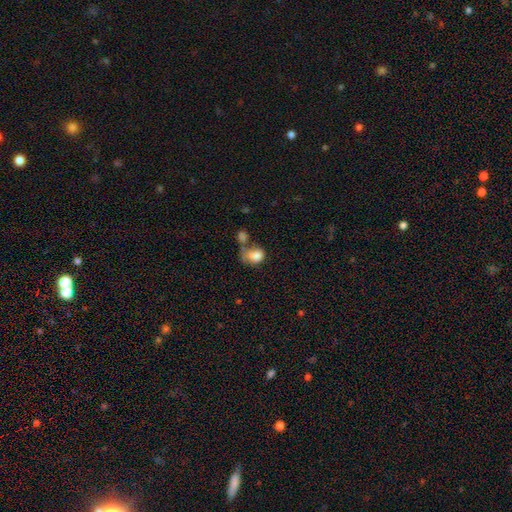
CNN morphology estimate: A smooth galaxy with no disk features (80%) that is in between round and cigar-shaped (57%).

Vote fractions:
- Smooth or featured? smooth: 80% / featured or disk: 12% / star or artifact: 8%
- How rounded? in between: 57% / round: 42% / cigar-shaped: 1%
- Merging? merger: 41% / none: 25% / major disturbance: 17% / minor disturbance: 17%